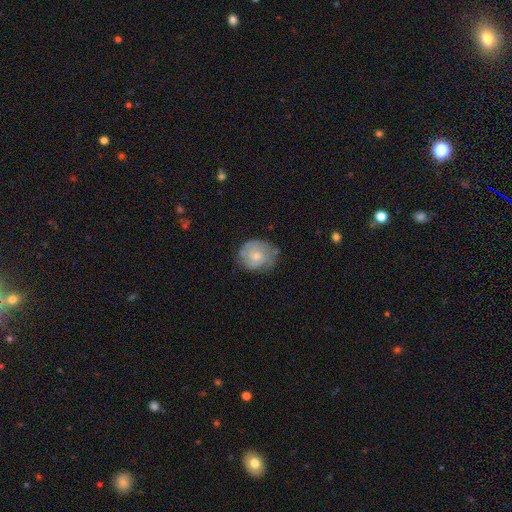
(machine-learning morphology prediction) smooth_or_featured: featured or disk (p=0.63) [alt: smooth p=0.31]
disk_edge_on: no (p=0.98) [alt: yes p=0.02]
bar: no (p=0.78) [alt: weak p=0.20]
has_spiral_arms: yes (p=0.85) [alt: no p=0.15]
spiral_winding: tight (p=0.63) [alt: medium p=0.28]
spiral_arm_count: can't tell (p=0.39) [alt: 2 p=0.30]
bulge_size: small (p=0.50) [alt: moderate p=0.43]
merging: none (p=0.69) [alt: minor disturbance p=0.22]